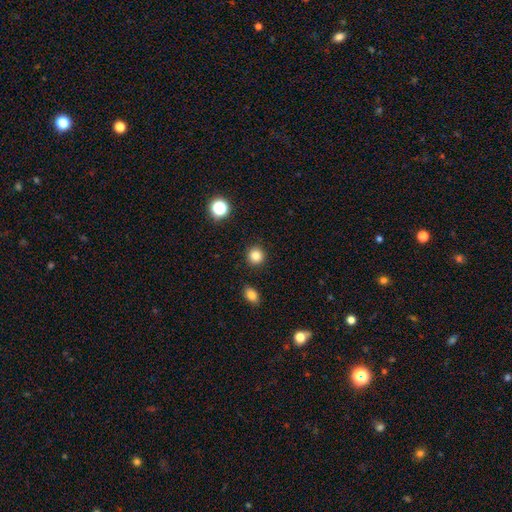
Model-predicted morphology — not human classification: This appears to be a smooth galaxy with no disk features (84%) that is round (91%). Merging: none (90%).